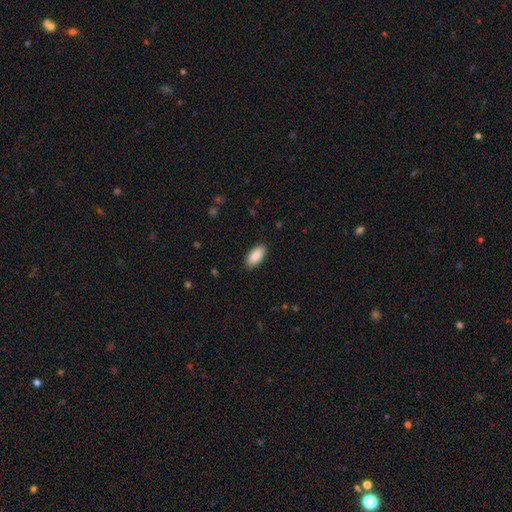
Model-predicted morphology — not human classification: Q: Smooth or featured?
A: smooth (90%); runner-up: star or artifact (6%)
Q: How rounded?
A: in between (91%); runner-up: cigar-shaped (7%)
Q: Merging?
A: none (88%); runner-up: minor disturbance (9%)